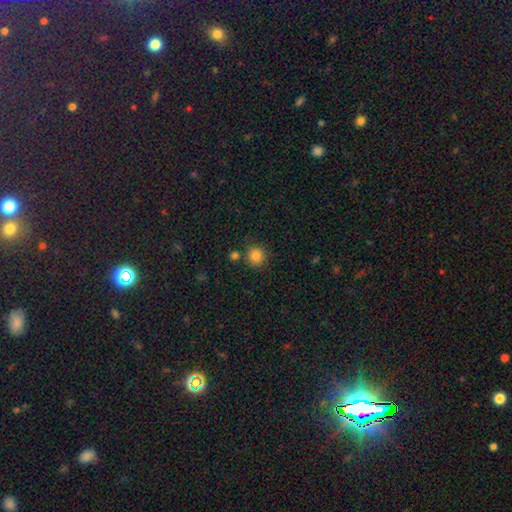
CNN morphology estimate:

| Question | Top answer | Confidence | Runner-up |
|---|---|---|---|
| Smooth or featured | smooth | 84% | star or artifact (12%) |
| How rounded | round | 93% | in between (6%) |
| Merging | none | 80% | merger (9%) |